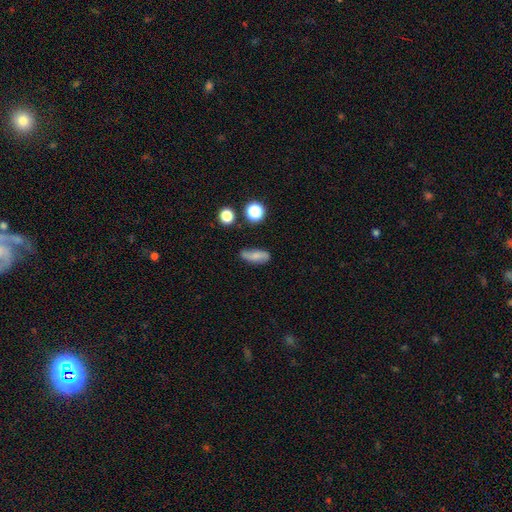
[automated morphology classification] Smooth or featured? smooth (65%)
How rounded? in between (65%)
Merging? none (69%)